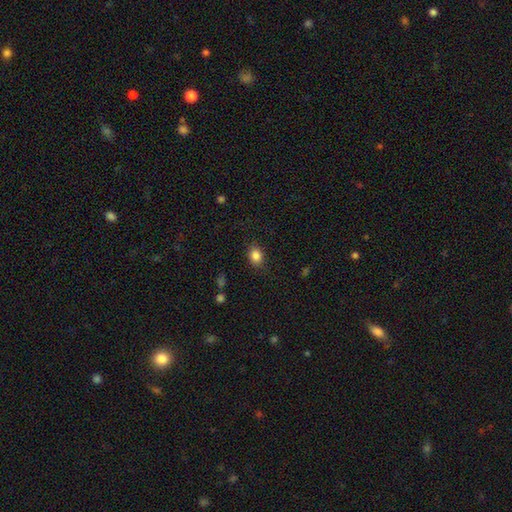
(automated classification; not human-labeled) Overall: smooth (85%). How rounded: in between (58%; round 41%). Merging: none (83%).